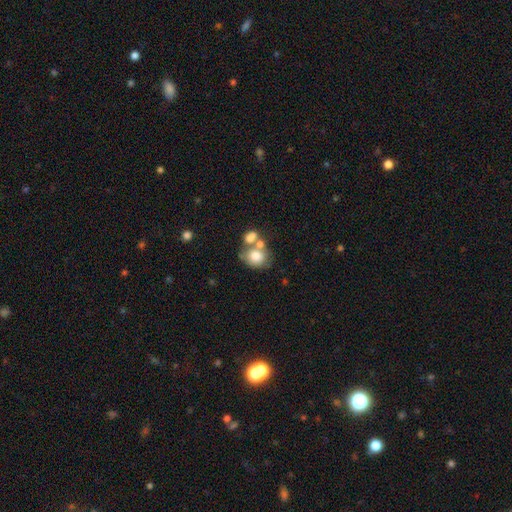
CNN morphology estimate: Smooth or featured? Predicted: smooth (p=0.72). How rounded? Predicted: round (p=0.55). Merging? Predicted: merger (p=0.46).